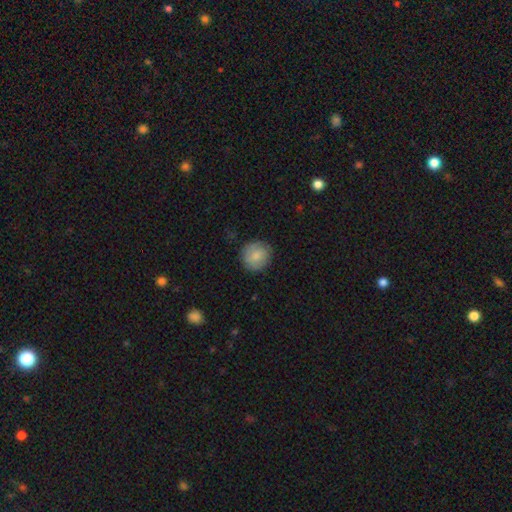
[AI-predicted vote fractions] smooth_or_featured: smooth (p=0.79) [alt: featured or disk p=0.15]
how_rounded: round (p=0.91) [alt: in between p=0.08]
merging: none (p=0.83) [alt: minor disturbance p=0.13]